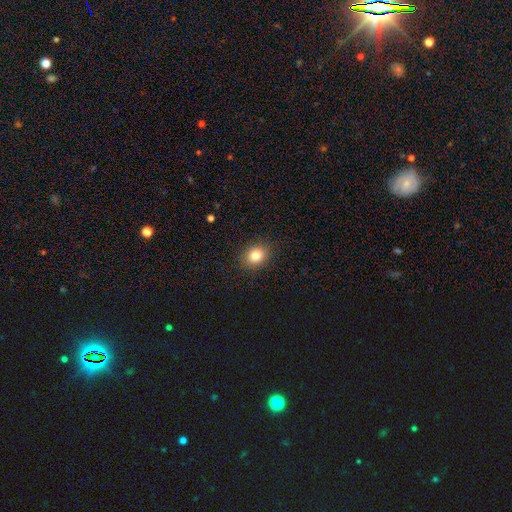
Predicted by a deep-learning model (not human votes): Smooth or featured? Predicted: smooth (p=0.82). How rounded? Predicted: round (p=0.50). Merging? Predicted: none (p=0.88).